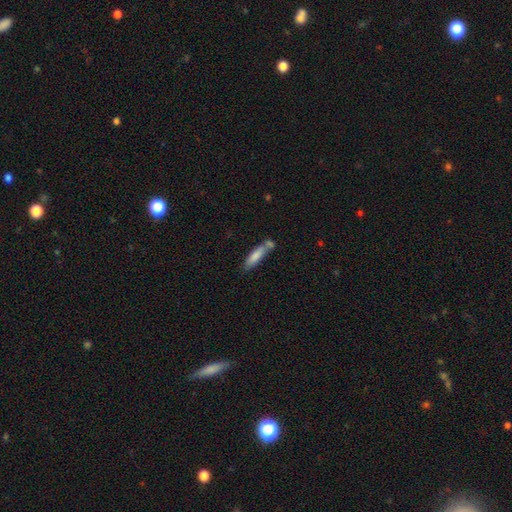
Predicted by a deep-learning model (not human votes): Morphology: type=smooth (77%); roundness=cigar-shaped (72%); merging=none (49%).